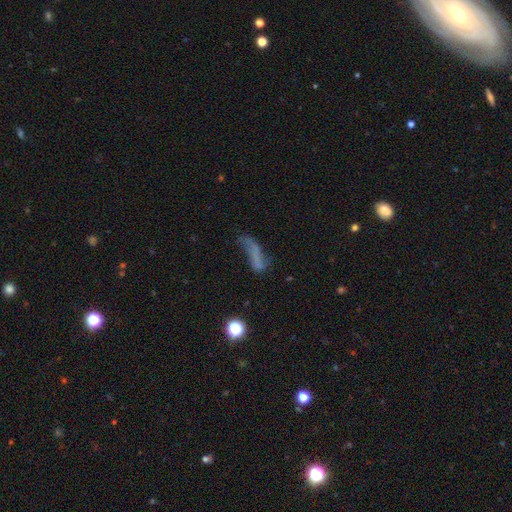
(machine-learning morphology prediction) This is marginally a featured or disk galaxy (44%). Merging: marginally none (36%).